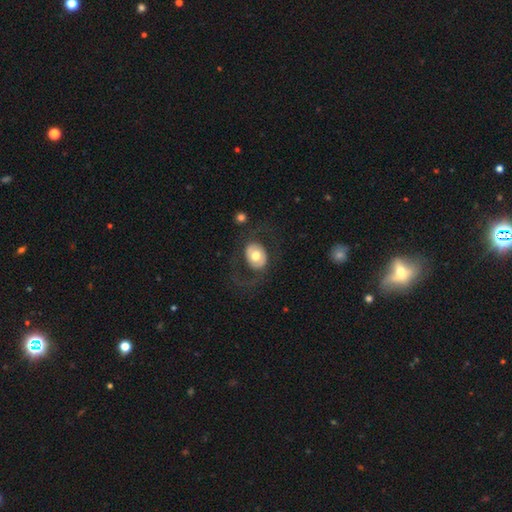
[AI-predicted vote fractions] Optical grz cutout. It shows a featured or disk galaxy (47%, tied with smooth). Merging: none (69%).